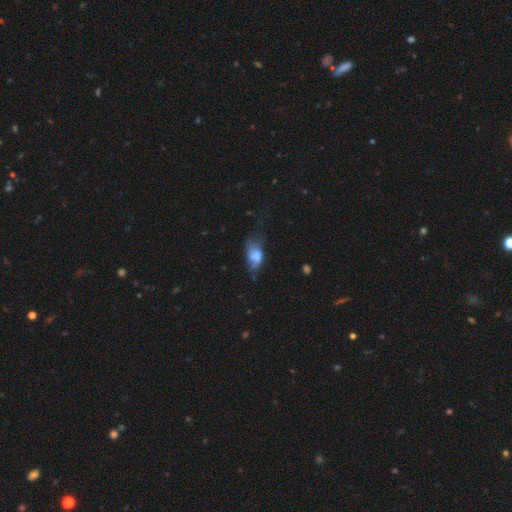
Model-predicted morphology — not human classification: Q: Smooth or featured?
A: smooth (64%); runner-up: featured or disk (27%)
Q: How rounded?
A: in between (88%); runner-up: round (7%)
Q: Merging?
A: major disturbance (34%); runner-up: minor disturbance (31%)